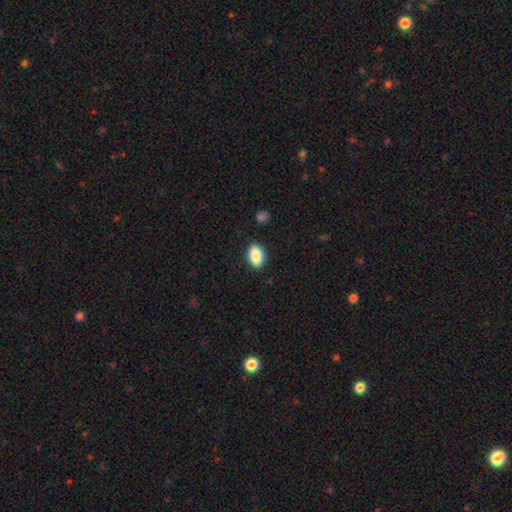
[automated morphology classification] Smooth or featured? smooth (88%)
How rounded? in between (88%)
Merging? none (87%)